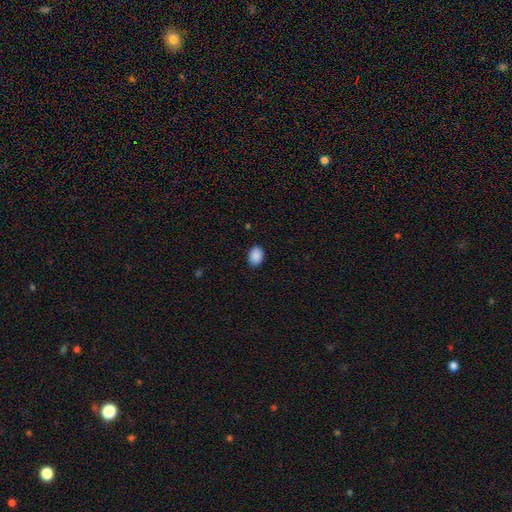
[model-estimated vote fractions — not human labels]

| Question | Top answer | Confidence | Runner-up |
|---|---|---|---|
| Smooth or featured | smooth | 90% | star or artifact (8%) |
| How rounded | in between | 77% | round (22%) |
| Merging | none | 88% | minor disturbance (9%) |